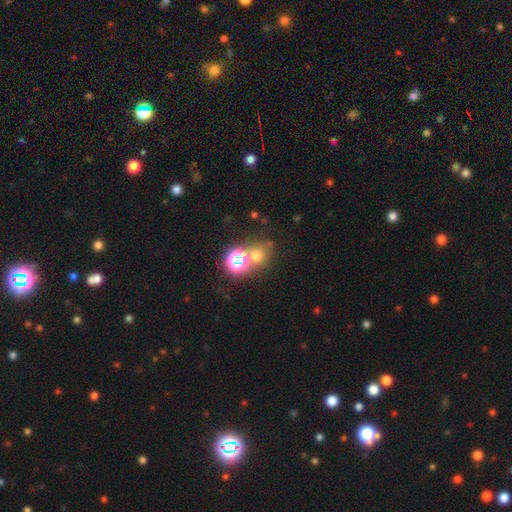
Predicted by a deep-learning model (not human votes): A smooth galaxy with no disk features (59%) that is round (82%). Merging: none (60%).